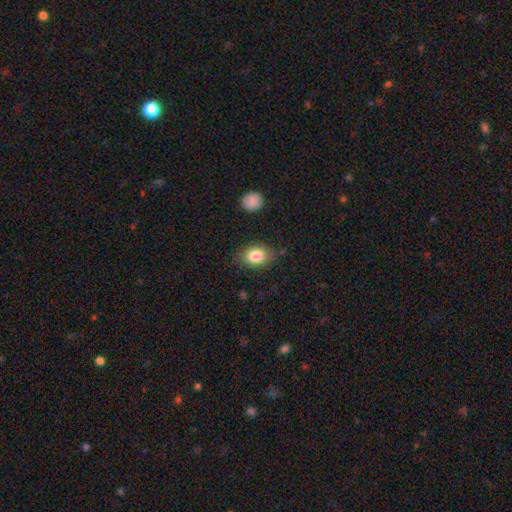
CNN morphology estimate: This appears to be a smooth galaxy with no disk features (84%) that is in between round and cigar-shaped (71%). Merging: none (77%).